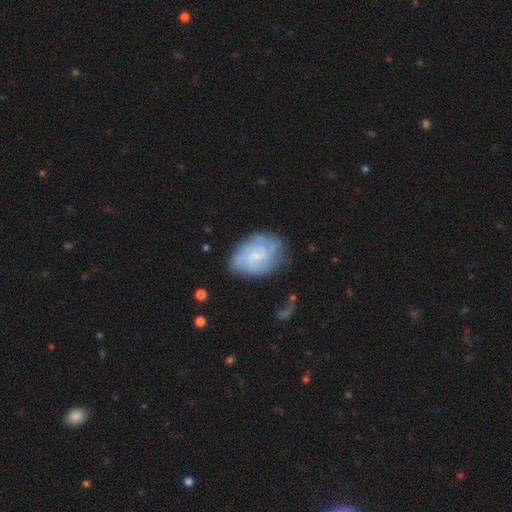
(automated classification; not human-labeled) This appears to be a featured or disk galaxy (77%) with no bar (55%), tight (53%) spiral arms (94%) and a small central bulge (73%). Merging: none (73%).